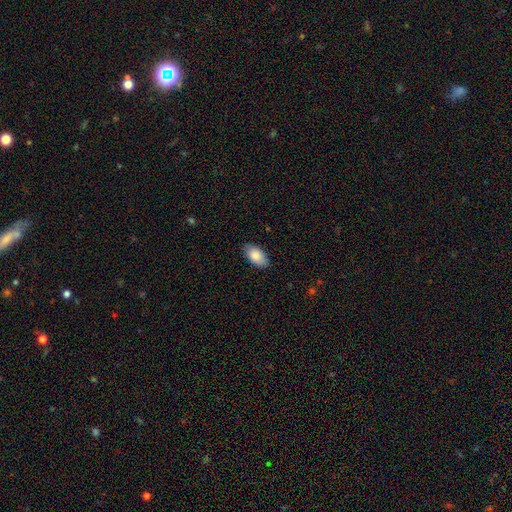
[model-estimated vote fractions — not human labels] smooth 85%, featured or disk 8%, star or artifact 6%. Down the decision tree: how rounded — in between (95%); merging — none (85%).